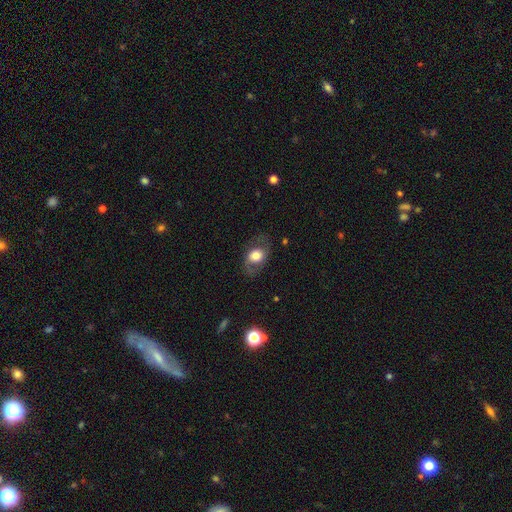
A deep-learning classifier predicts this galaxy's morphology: This appears to be a smooth galaxy with no disk features (54%) that is in between round and cigar-shaped (68%). Merging: none (72%).